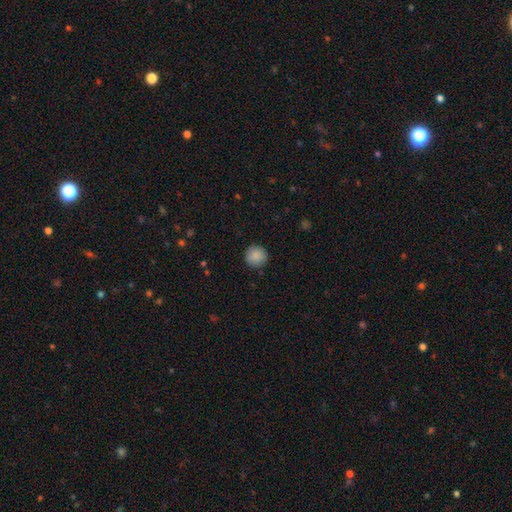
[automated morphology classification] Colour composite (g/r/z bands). It shows a smooth galaxy with no disk features (89%) that is round (95%). Merging: none (90%).